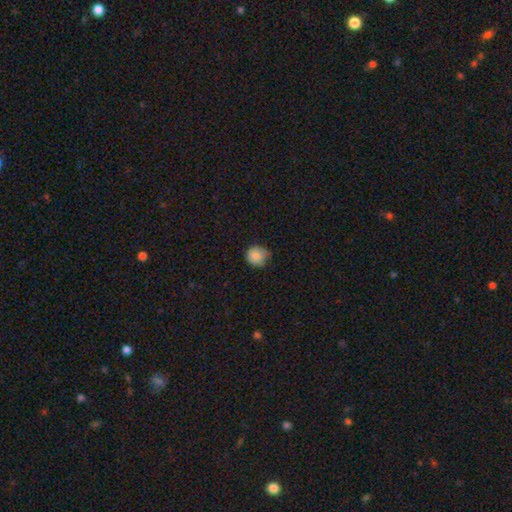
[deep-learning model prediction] Smooth or featured: smooth — 85% (star or artifact — 9%)
How rounded: round — 88% (in between — 11%)
Merging: none — 60% (minor disturbance — 33%)